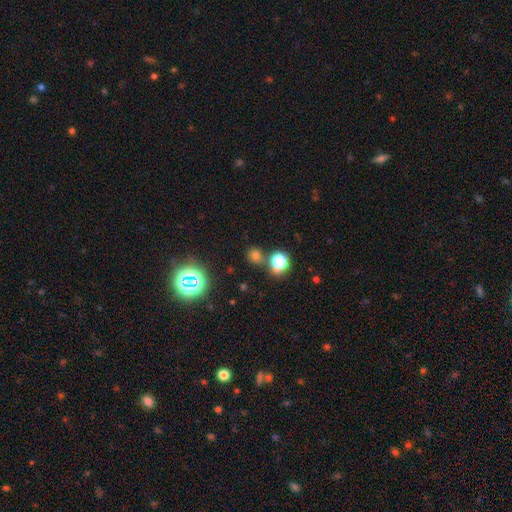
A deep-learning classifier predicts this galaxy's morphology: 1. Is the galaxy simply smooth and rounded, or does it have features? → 64% smooth, 30% star or artifact, 6% featured or disk.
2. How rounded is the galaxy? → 78% round, 21% in between, 1% cigar-shaped.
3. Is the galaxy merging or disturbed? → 73% none, 13% merger, 9% minor disturbance, 4% major disturbance.